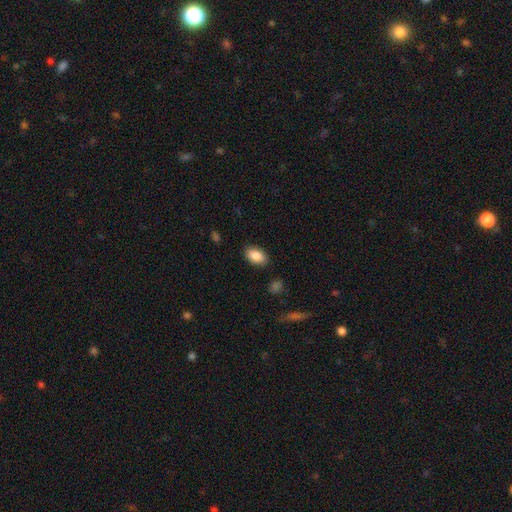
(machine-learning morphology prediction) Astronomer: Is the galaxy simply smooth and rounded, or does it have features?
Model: smooth — 88%.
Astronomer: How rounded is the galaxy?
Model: in between — 92%.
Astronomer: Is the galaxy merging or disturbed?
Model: none — 87%.